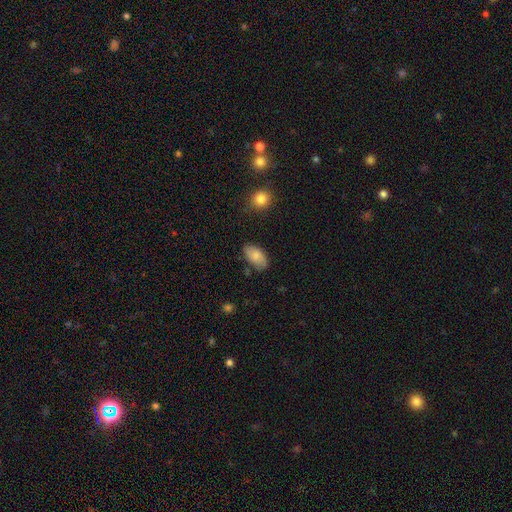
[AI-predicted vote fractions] Smooth or featured?
  - smooth: 83% *
  - featured or disk: 11%
  - star or artifact: 6%
How rounded?
  - in between: 95% *
  - round: 3%
  - cigar-shaped: 2%
Merging?
  - none: 78% *
  - minor disturbance: 16%
  - major disturbance: 3%
  - merger: 2%